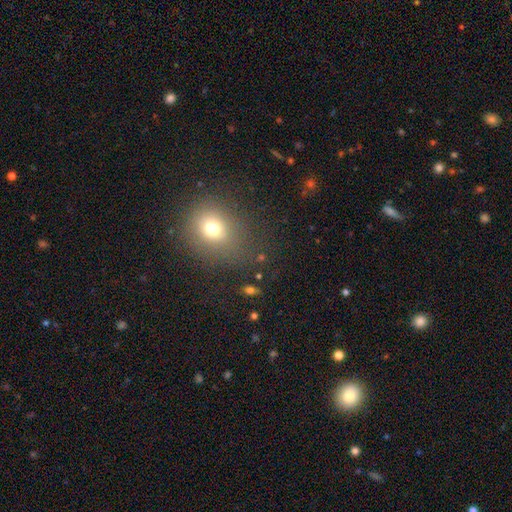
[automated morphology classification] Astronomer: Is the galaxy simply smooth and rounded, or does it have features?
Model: smooth — 67%.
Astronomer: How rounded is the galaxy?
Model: round — 70%.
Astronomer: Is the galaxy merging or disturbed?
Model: none — 78%.